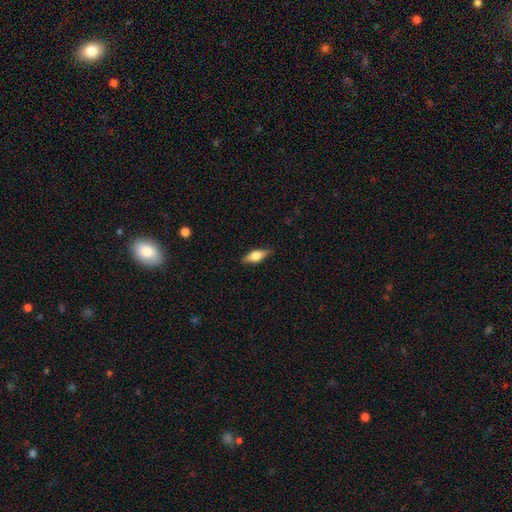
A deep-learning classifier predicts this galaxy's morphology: Smooth or featured?
  - smooth: 50% *
  - featured or disk: 43%
  - star or artifact: 7%
How rounded?
  - in between: 65% *
  - cigar-shaped: 30%
  - round: 5%
Merging?
  - none: 86% *
  - minor disturbance: 11%
  - major disturbance: 2%
  - merger: 1%